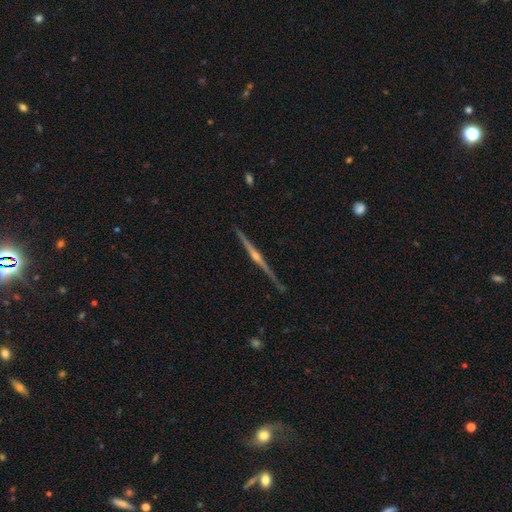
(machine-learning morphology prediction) type=featured or disk (89%); edge-on=yes (99%); edge-on bulge=rounded (91%); merging=none (90%).